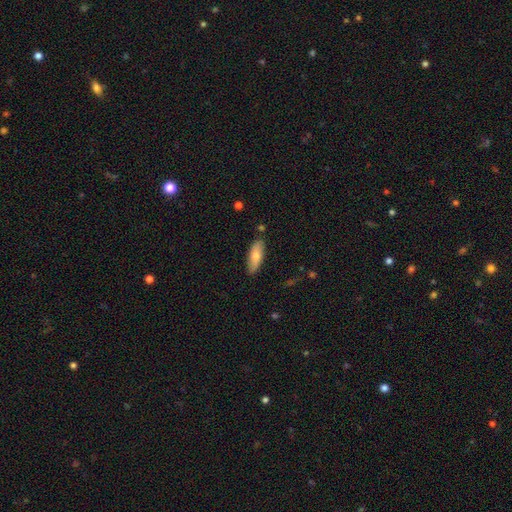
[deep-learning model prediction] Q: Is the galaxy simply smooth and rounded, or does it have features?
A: smooth — 73%.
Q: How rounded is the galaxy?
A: in between — 61%.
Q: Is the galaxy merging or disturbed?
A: none — 83%.